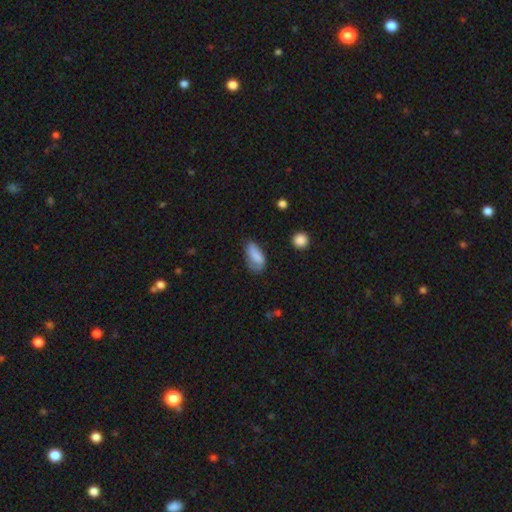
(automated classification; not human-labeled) This is clearly a smooth galaxy (81%). How rounded: clearly in between (89%). Merging: possibly none (56%).